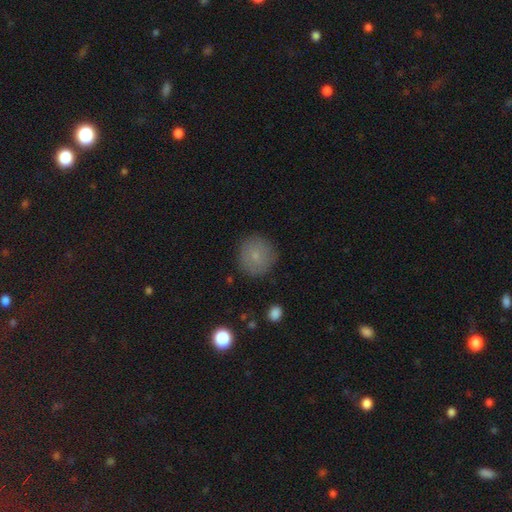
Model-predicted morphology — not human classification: Overall: smooth (78%). How rounded: round (93%). Merging: none (85%).